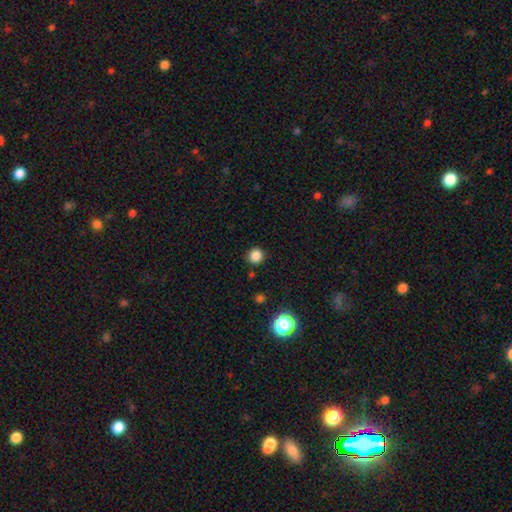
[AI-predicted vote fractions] smooth-or-featured: smooth: 84% | star or artifact: 12% | featured or disk: 3%
  how-rounded: round: 92% | in between: 7% | cigar-shaped: 1%
  merging: none: 89% | minor disturbance: 7% | major disturbance: 2% | merger: 2%